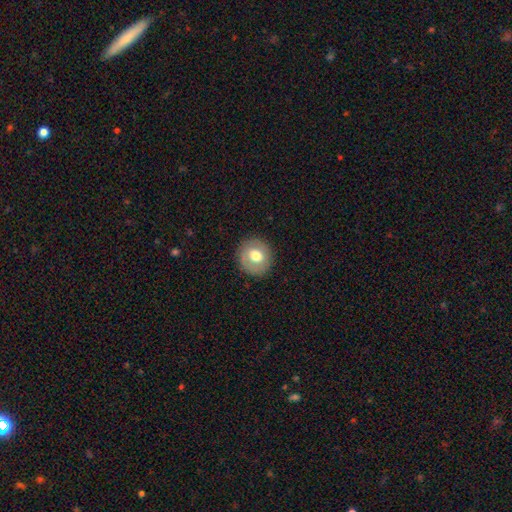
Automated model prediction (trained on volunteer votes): Smooth or featured?
  - smooth: 67% *
  - featured or disk: 26%
  - star or artifact: 8%
How rounded?
  - round: 87% *
  - in between: 13%
  - cigar-shaped: 1%
Merging?
  - none: 88% *
  - minor disturbance: 8%
  - major disturbance: 3%
  - merger: 1%